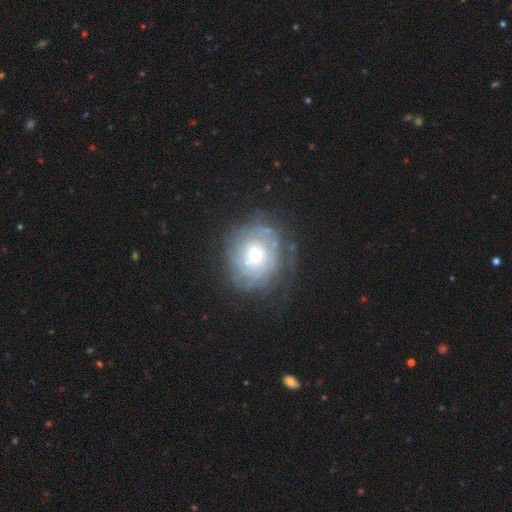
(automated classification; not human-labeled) Overall: featured or disk (74%). Edge-on disk: no (97%). Bar: no (77%). Spiral arms: yes (80%). Spiral arm count: can't tell (60%). Spiral winding: tight (76%). Bulge size: moderate (47%; small 45%). Merging: none (69%).